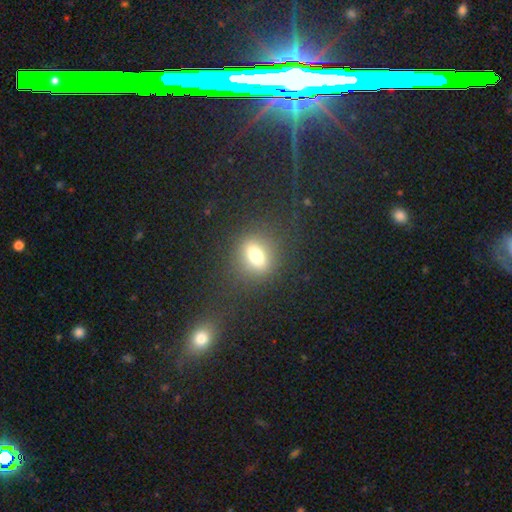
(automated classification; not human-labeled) This appears to be a smooth galaxy with no disk features (67%) that is in between round and cigar-shaped (55%). Merging: none (84%).